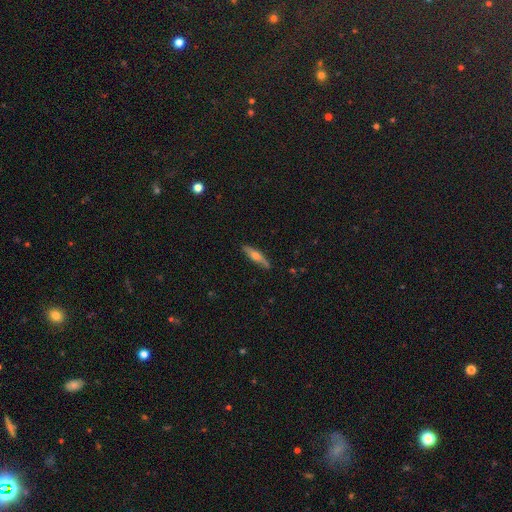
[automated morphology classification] A featured or disk galaxy (49%). Merging: none (84%).